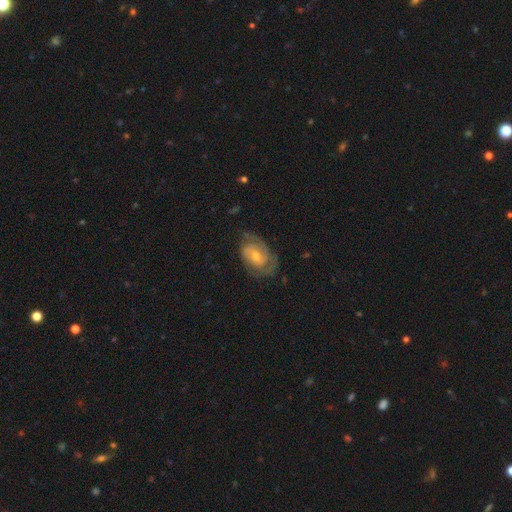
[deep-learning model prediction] Smooth or featured?
  - featured or disk: 77% *
  - smooth: 17%
  - star or artifact: 6%
Edge-on disk?
  - no: 97% *
  - yes: 3%
Bar?
  - no: 51% *
  - weak: 40%
  - strong: 9%
Spiral arms?
  - yes: 90% *
  - no: 10%
Spiral winding?
  - tight: 46% *
  - medium: 40%
  - loose: 13%
Spiral arm count?
  - 2: 60% *
  - can't tell: 20%
  - 3: 9%
  - 1: 6%
  - 4: 2%
  - more than 4: 2%
Bulge size?
  - small: 48% *
  - moderate: 47%
  - large: 2%
  - none: 2%
  - dominant: 1%
Merging?
  - none: 63% *
  - minor disturbance: 23%
  - major disturbance: 13%
  - merger: 1%